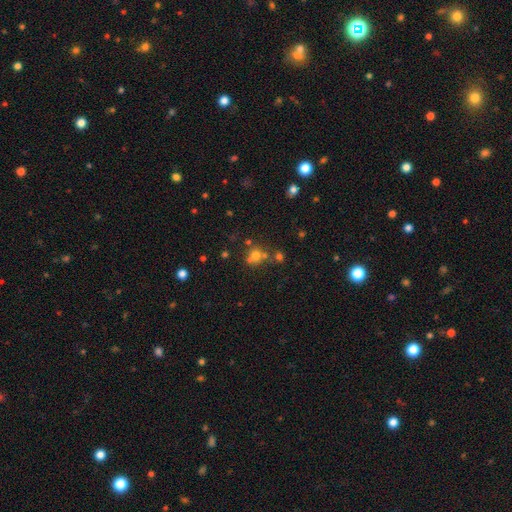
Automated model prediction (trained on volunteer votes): smooth 64%, star or artifact 22%, featured or disk 14%. Down the decision tree: how rounded — round (84%); merging — none (54%).